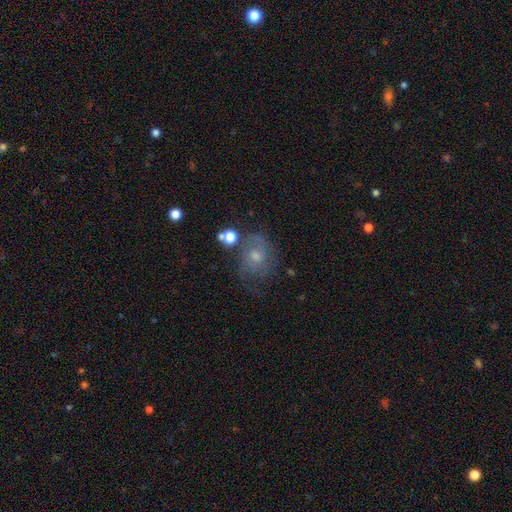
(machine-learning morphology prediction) A featured or disk galaxy (53%) with no bar (73%), spiral arms (77%) and a moderate central bulge (51%).

Vote fractions:
- Smooth or featured? featured or disk: 53% / smooth: 32% / star or artifact: 15%
- Edge-on disk? no: 97% / yes: 3%
- Bar? no: 73% / weak: 23% / strong: 3%
- Spiral arms? yes: 77% / no: 23%
- Bulge size? moderate: 51% / small: 38% / none: 5% / large: 4% / dominant: 1%
- Merging? none: 52% / minor disturbance: 23% / major disturbance: 18% / merger: 7%